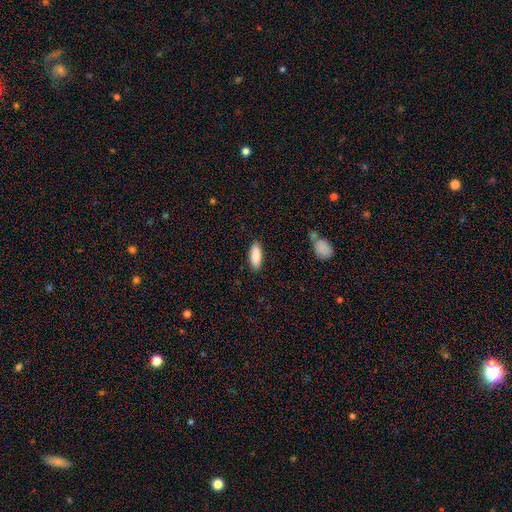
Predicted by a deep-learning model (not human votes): smooth-or-featured: smooth: 88% | star or artifact: 6% | featured or disk: 6%
  how-rounded: in between: 70% | cigar-shaped: 28% | round: 2%
  merging: none: 86% | minor disturbance: 10% | major disturbance: 2% | merger: 2%